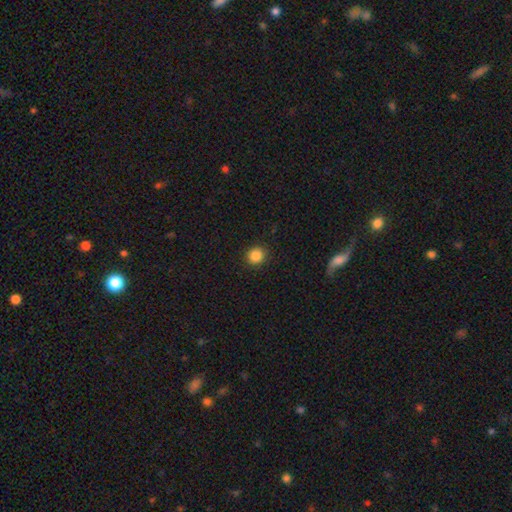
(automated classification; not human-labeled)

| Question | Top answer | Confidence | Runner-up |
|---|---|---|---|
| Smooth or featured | smooth | 86% | star or artifact (10%) |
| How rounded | round | 88% | in between (11%) |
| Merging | none | 91% | minor disturbance (6%) |